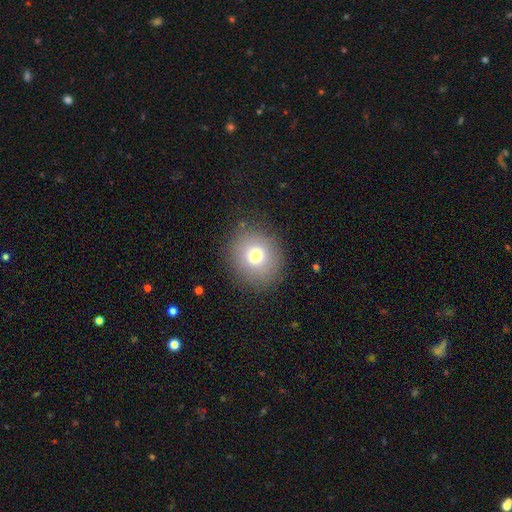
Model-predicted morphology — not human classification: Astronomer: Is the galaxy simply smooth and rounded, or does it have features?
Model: smooth — 73%.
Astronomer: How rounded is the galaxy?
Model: round — 84%.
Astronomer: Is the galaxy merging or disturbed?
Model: none — 86%.